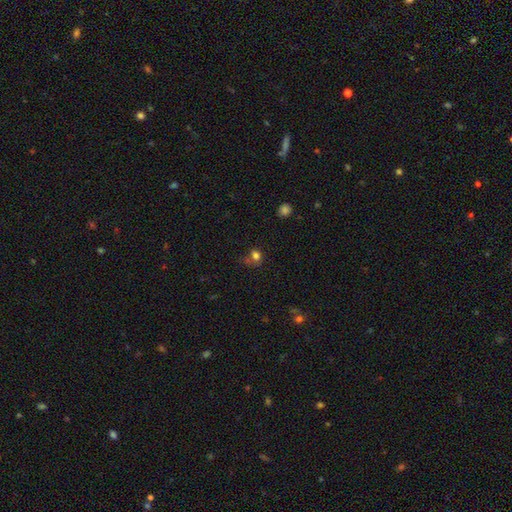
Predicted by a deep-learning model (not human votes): A smooth galaxy with no disk features (75%) that is round (57%).

Vote fractions:
- Smooth or featured? smooth: 75% / star or artifact: 16% / featured or disk: 9%
- How rounded? round: 57% / in between: 41% / cigar-shaped: 1%
- Merging? none: 47% / minor disturbance: 22% / major disturbance: 15% / merger: 15%